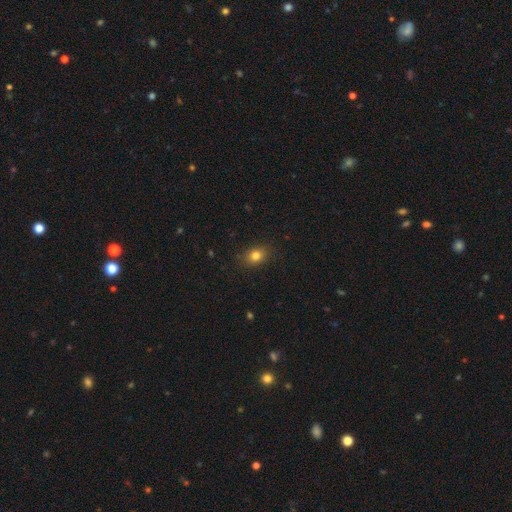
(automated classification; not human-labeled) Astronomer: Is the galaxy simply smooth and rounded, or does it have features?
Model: smooth — 80%.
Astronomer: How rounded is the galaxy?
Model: in between — 53% (runner-up: round, 46%).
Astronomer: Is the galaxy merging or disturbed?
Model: none — 87%.